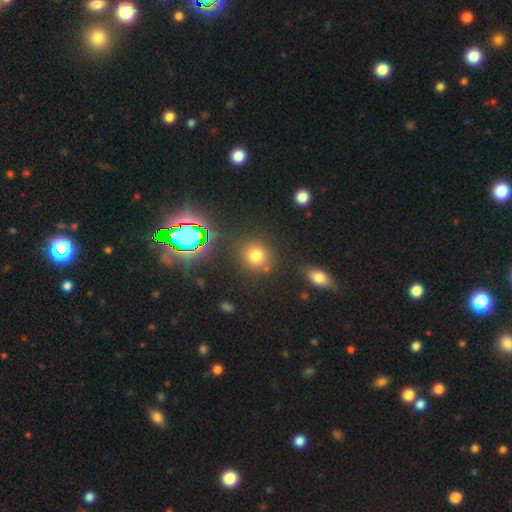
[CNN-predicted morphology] Smooth or featured?
  - smooth: 71% *
  - star or artifact: 21%
  - featured or disk: 8%
How rounded?
  - round: 84% *
  - in between: 14%
  - cigar-shaped: 1%
Merging?
  - none: 79% *
  - minor disturbance: 10%
  - merger: 7%
  - major disturbance: 4%